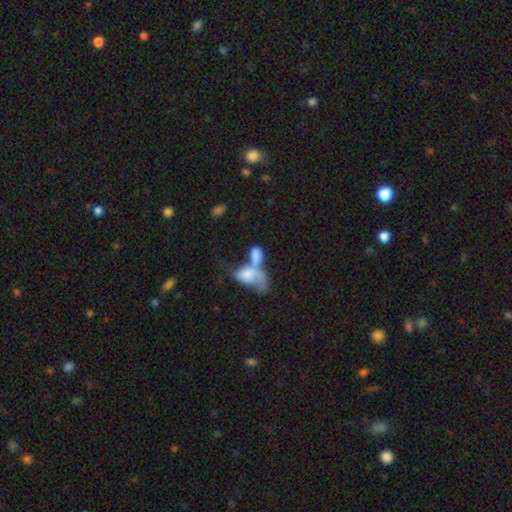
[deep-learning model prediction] A smooth galaxy with no disk features (64%) that is in between round and cigar-shaped (86%). Merging: merger (73%).